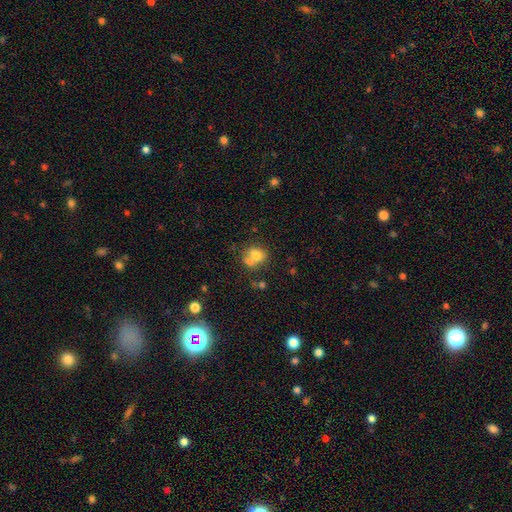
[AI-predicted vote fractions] A smooth galaxy with no disk features (73%) that is round (63%). Merging: merger (41%).